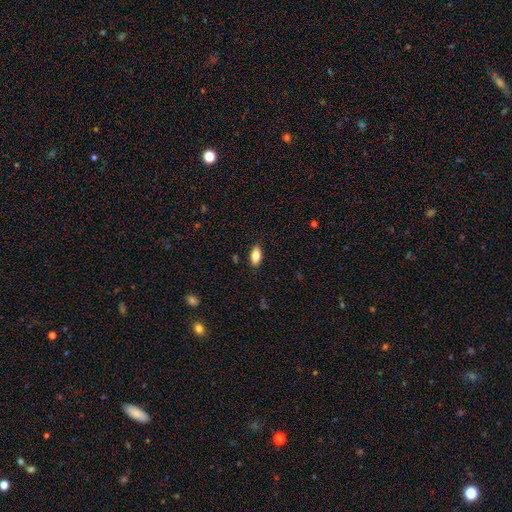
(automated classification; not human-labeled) smooth 81%, featured or disk 11%, star or artifact 7%. Down the decision tree: how rounded — in between (89%); merging — none (88%).